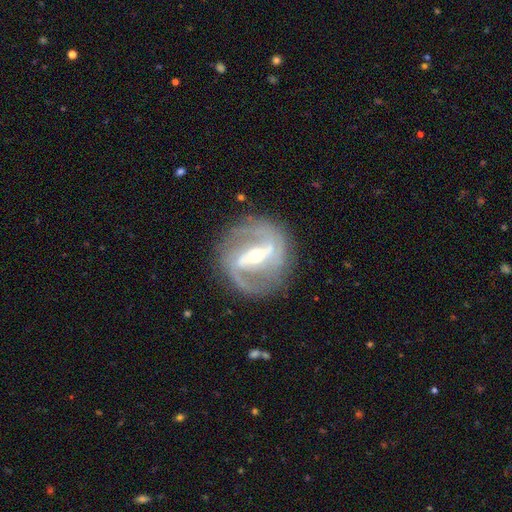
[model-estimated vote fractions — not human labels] smooth_or_featured: featured or disk (p=0.88) [alt: smooth p=0.06]
disk_edge_on: no (p=0.94) [alt: yes p=0.06]
bar: strong (p=0.64) [alt: weak p=0.26]
has_spiral_arms: yes (p=0.93) [alt: no p=0.07]
spiral_winding: medium (p=0.49) [alt: tight p=0.29]
spiral_arm_count: 2 (p=0.82) [alt: can't tell p=0.06]
bulge_size: moderate (p=0.51) [alt: small p=0.44]
merging: none (p=0.81) [alt: minor disturbance p=0.12]